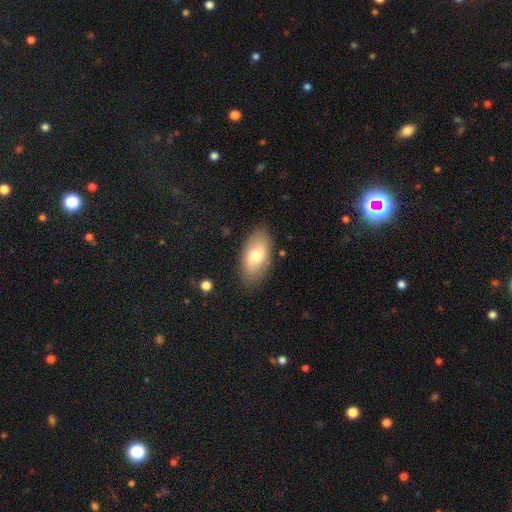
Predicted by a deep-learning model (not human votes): Morphology: type=smooth (71%); roundness=in between (93%); merging=none (84%).